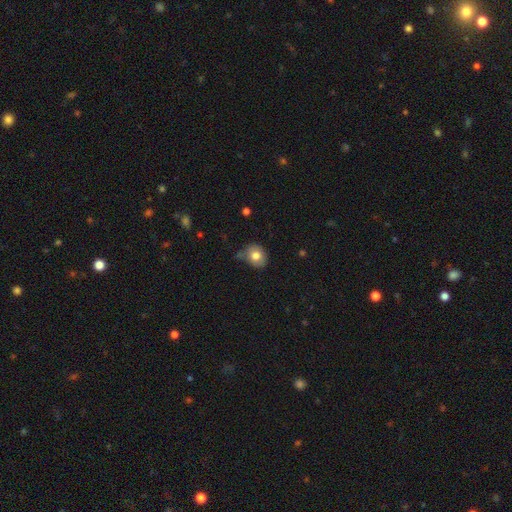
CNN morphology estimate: smooth-or-featured: smooth: 78% | featured or disk: 13% | star or artifact: 9%
  how-rounded: round: 58% | in between: 42% | cigar-shaped: 1%
  merging: none: 64% | minor disturbance: 25% | merger: 6% | major disturbance: 6%